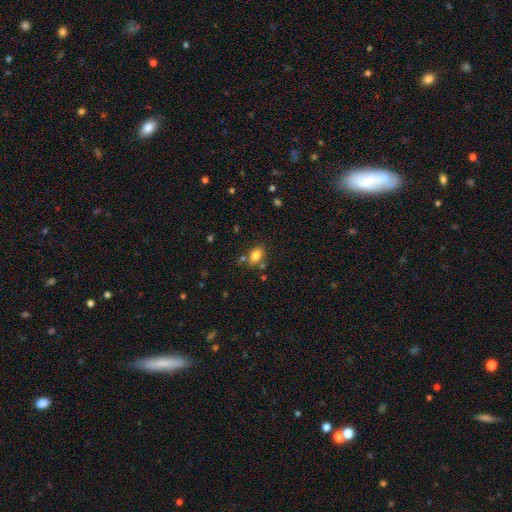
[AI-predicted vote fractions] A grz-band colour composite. It shows a smooth galaxy with no disk features (80%) that is in between round and cigar-shaped (78%). Merging: none (68%).